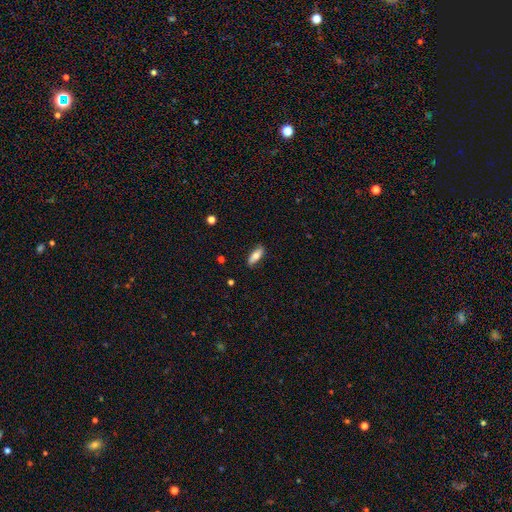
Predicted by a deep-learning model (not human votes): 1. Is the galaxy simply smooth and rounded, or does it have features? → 72% smooth, 21% featured or disk, 6% star or artifact.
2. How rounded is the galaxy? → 72% in between, 26% cigar-shaped, 2% round.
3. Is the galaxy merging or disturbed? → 82% none, 14% minor disturbance, 2% major disturbance, 1% merger.